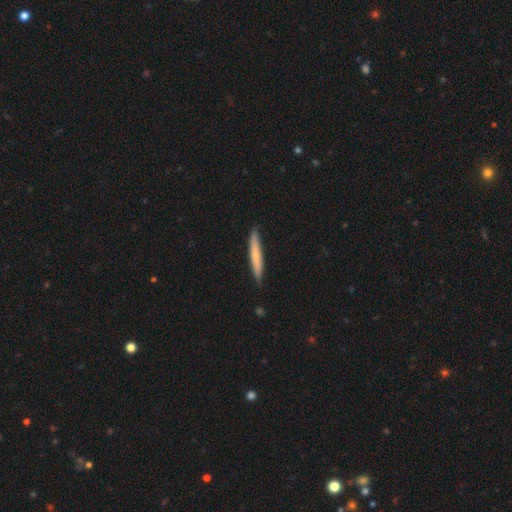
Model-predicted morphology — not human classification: The model was most divided on "smooth or featured": smooth: 67%, featured or disk: 28%, star or artifact: 5%. More confident: how rounded — cigar-shaped (95%); merging — none (87%).